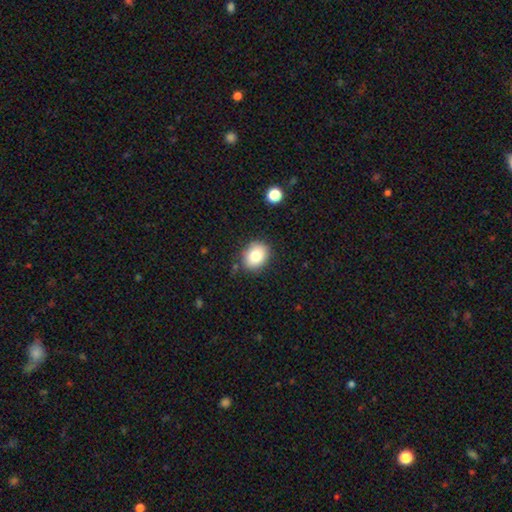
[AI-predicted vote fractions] The model was most divided on "how rounded": round: 54%, in between: 45%, cigar-shaped: 1%. More confident: merging — none (83%); smooth or featured — smooth (81%).